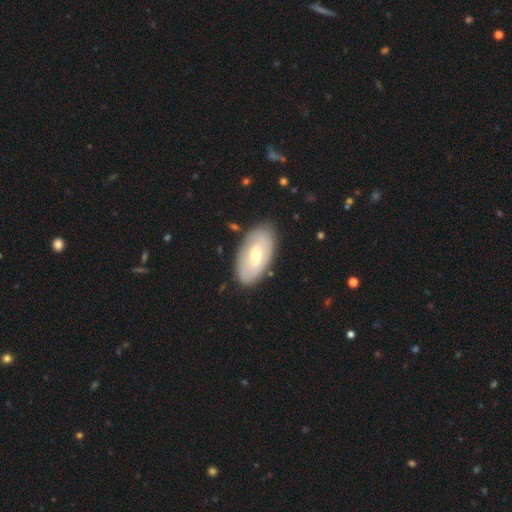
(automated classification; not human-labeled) This appears to be a smooth galaxy with no disk features (48%). Merging: none (84%).